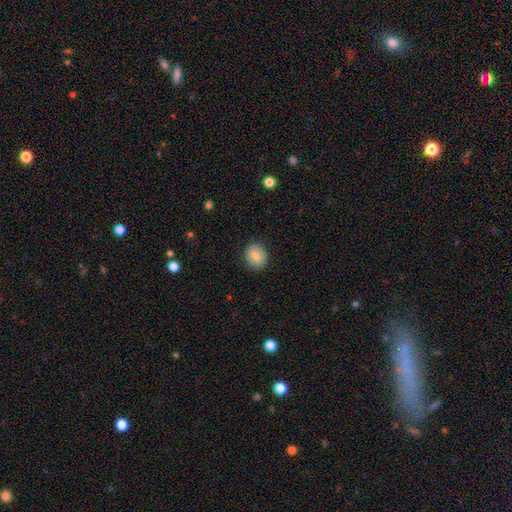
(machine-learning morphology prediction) Smooth or featured: smooth — 80% (featured or disk — 12%)
How rounded: round — 68% (in between — 31%)
Merging: none — 87% (minor disturbance — 10%)